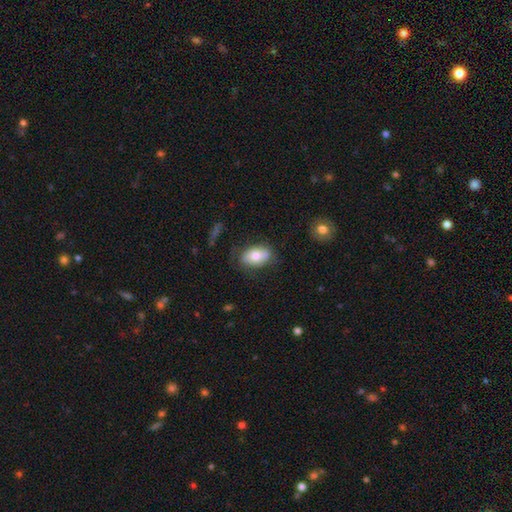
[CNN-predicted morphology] A smooth galaxy with no disk features (72%) that is in between round and cigar-shaped (88%).

Vote fractions:
- Smooth or featured? smooth: 72% / featured or disk: 21% / star or artifact: 7%
- How rounded? in between: 88% / round: 10% / cigar-shaped: 2%
- Merging? none: 71% / minor disturbance: 20% / major disturbance: 6% / merger: 3%